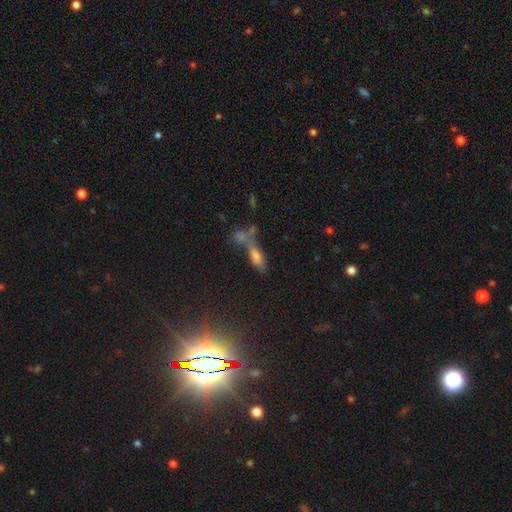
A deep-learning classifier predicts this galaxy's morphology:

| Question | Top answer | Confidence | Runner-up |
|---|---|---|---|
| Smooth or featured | smooth | 61% | featured or disk (21%) |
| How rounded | in between | 54% | cigar-shaped (41%) |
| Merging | none | 40% | merger (39%) |